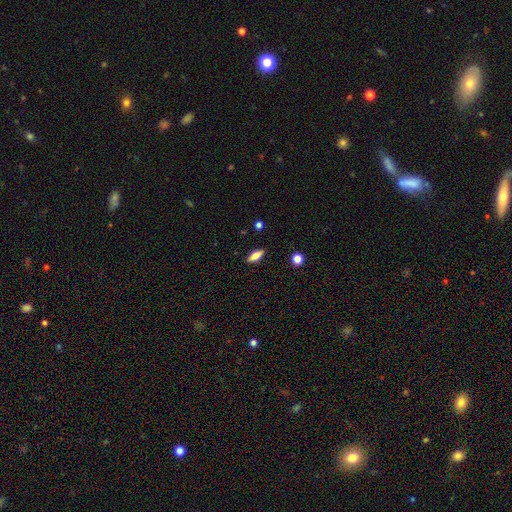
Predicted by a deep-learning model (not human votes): A smooth galaxy with no disk features (70%) that is in between round and cigar-shaped (69%). Merging: none (88%).